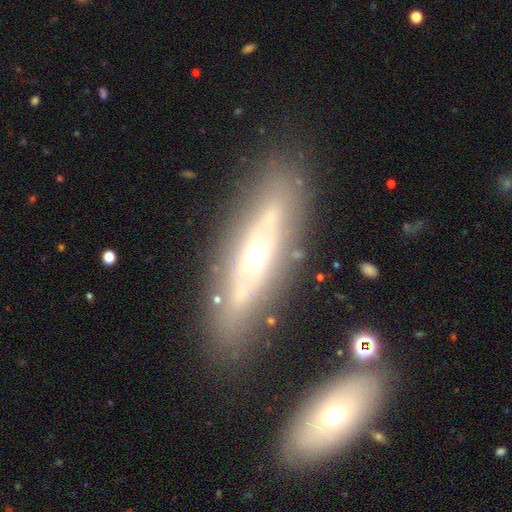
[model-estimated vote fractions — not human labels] Smooth or featured? featured or disk (65%)
Edge-on disk? no (54%)
Merging? none (76%)